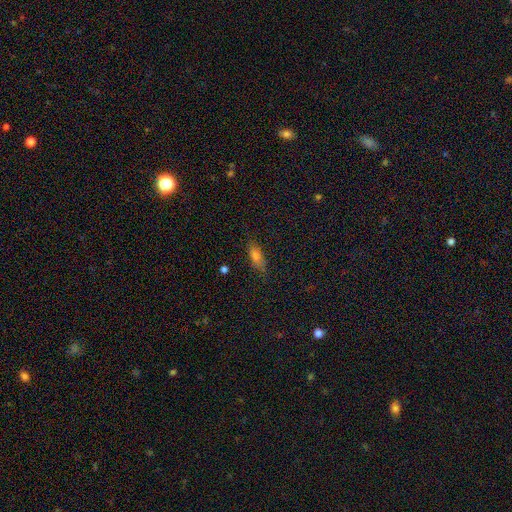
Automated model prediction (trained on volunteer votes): Smooth or featured? smooth (75%)
How rounded? in between (70%)
Merging? none (76%)